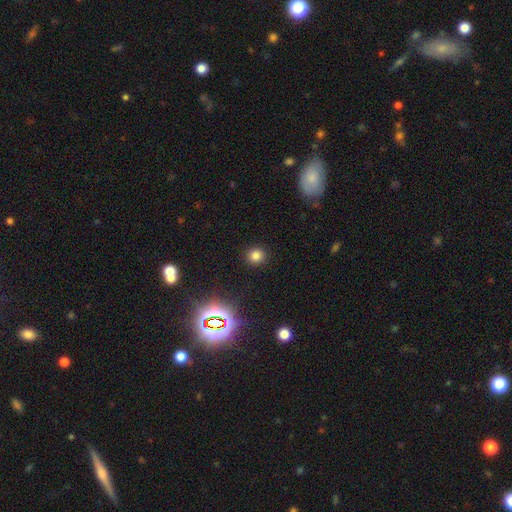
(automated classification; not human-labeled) A smooth galaxy with no disk features (78%) that is round (89%). Merging: none (91%).